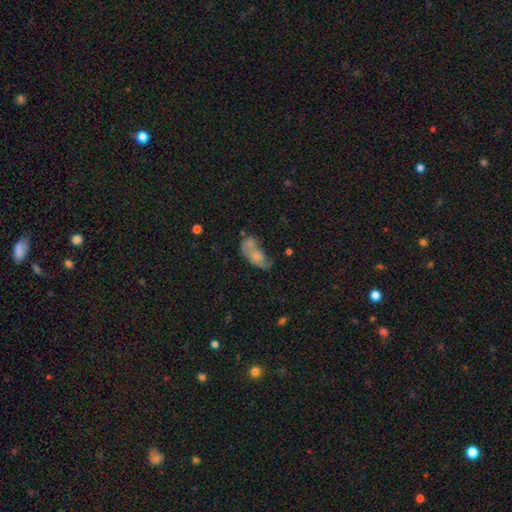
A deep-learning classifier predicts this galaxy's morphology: A smooth galaxy with no disk features (61%) that is in between round and cigar-shaped (87%). Merging: merger (38%).